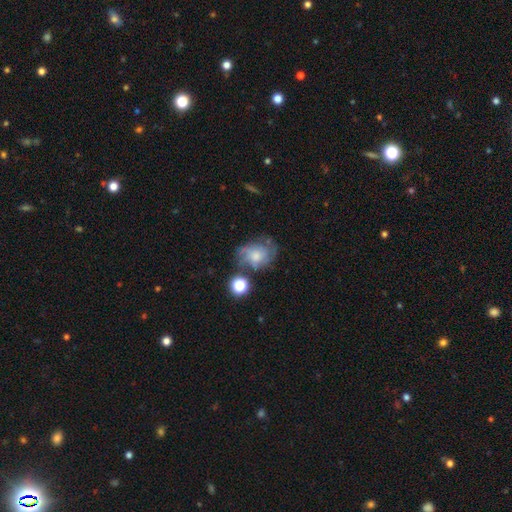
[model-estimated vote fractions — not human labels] featured or disk 53%, smooth 36%, star or artifact 11%. Down the decision tree: edge-on disk — no (97%); bar — no (80%); spiral arms — yes (76%); bulge size — moderate (40%); merging — none (47%).